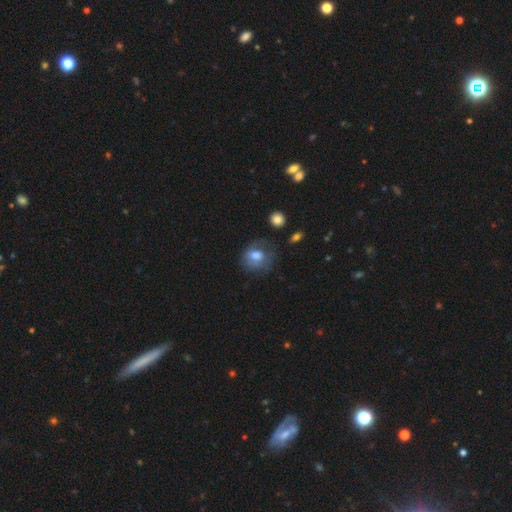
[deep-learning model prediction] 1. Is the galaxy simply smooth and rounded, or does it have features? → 64% smooth, 26% featured or disk, 9% star or artifact.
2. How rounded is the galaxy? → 54% round, 44% in between, 1% cigar-shaped.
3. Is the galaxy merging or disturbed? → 47% none, 27% minor disturbance, 22% major disturbance, 3% merger.